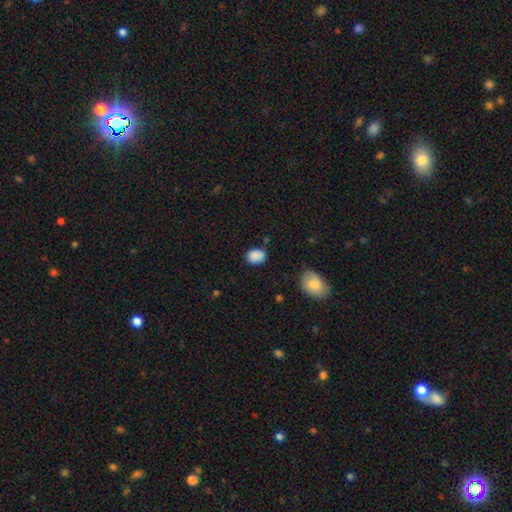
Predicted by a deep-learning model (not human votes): Overall: smooth (87%). How rounded: in between (55%; round 44%). Merging: none (74%).